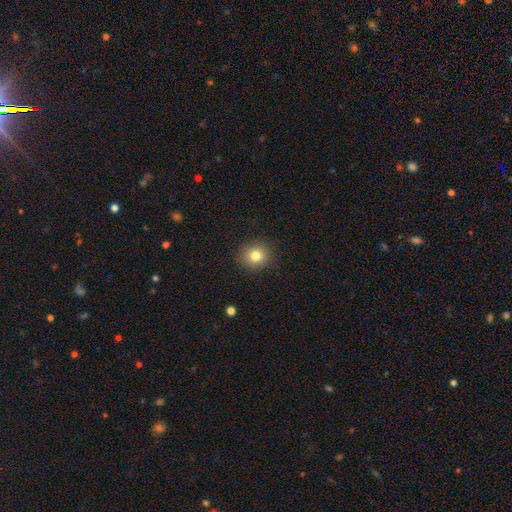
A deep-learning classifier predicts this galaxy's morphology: Smooth or featured?
  - smooth: 81% *
  - star or artifact: 11%
  - featured or disk: 8%
How rounded?
  - round: 87% *
  - in between: 12%
  - cigar-shaped: 1%
Merging?
  - none: 90% *
  - minor disturbance: 7%
  - major disturbance: 2%
  - merger: 1%